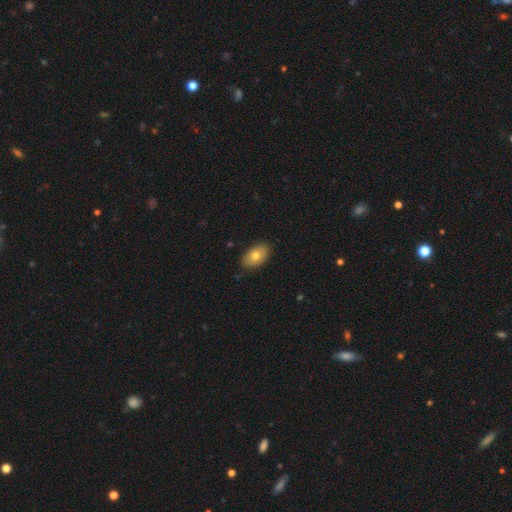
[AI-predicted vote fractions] Morphology: type=smooth (76%); roundness=in between (91%); merging=none (86%).